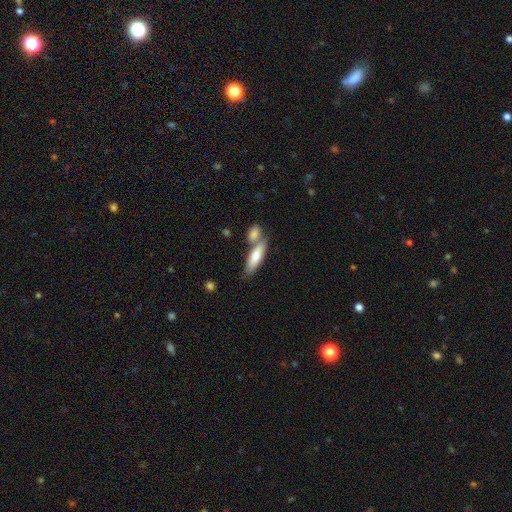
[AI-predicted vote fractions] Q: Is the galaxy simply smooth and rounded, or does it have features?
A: smooth — 74%.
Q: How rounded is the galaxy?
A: cigar-shaped — 56%.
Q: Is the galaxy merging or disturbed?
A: none — 50%.